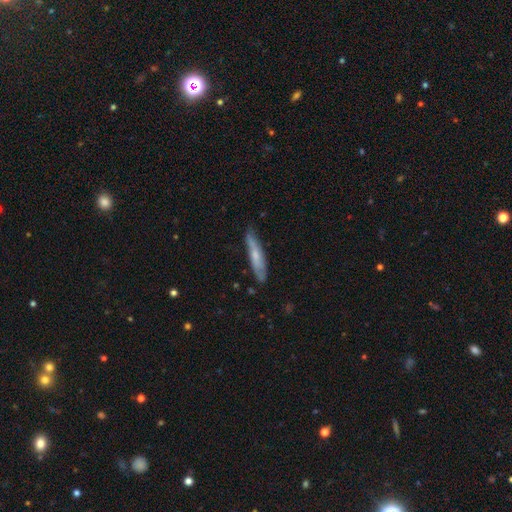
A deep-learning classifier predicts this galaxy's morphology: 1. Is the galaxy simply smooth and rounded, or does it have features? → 55% smooth, 39% featured or disk, 6% star or artifact.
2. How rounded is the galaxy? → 86% cigar-shaped, 12% in between, 1% round.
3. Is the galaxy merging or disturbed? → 76% none, 19% minor disturbance, 3% major disturbance, 2% merger.